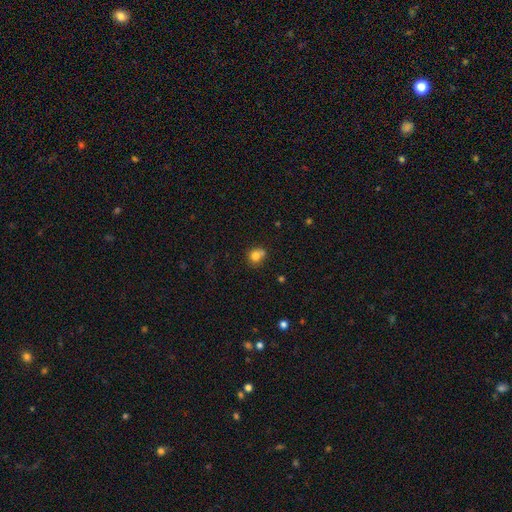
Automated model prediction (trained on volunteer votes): Smooth or featured? Predicted: smooth (p=0.77). How rounded? Predicted: round (p=0.73). Merging? Predicted: none (p=0.49).